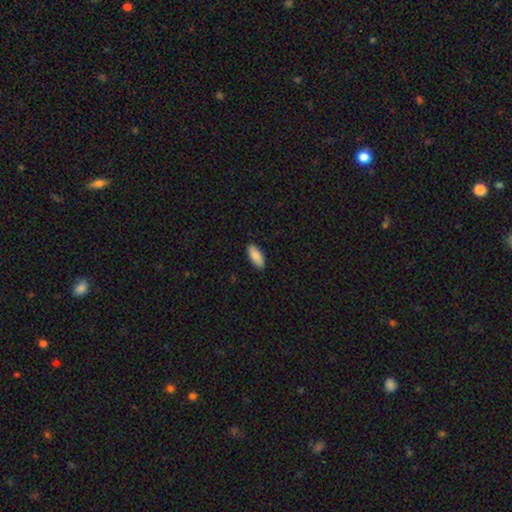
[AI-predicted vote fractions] This appears to be a smooth galaxy with no disk features (89%) that is in between round and cigar-shaped (85%). Merging: none (88%).